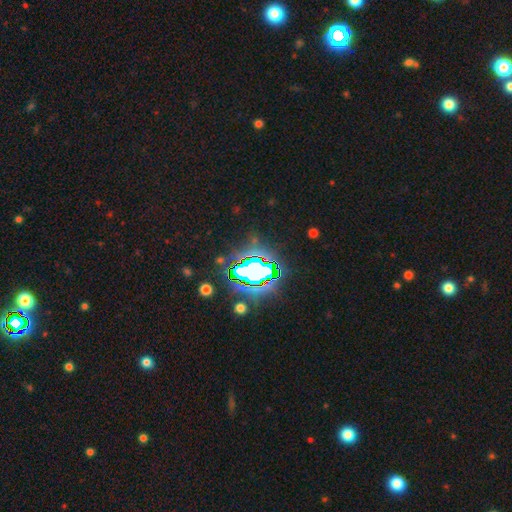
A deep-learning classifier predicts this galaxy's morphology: A star or artifact, not a galaxy (84%).

Vote fractions:
- Smooth or featured? star or artifact: 84% / smooth: 9% / featured or disk: 7%